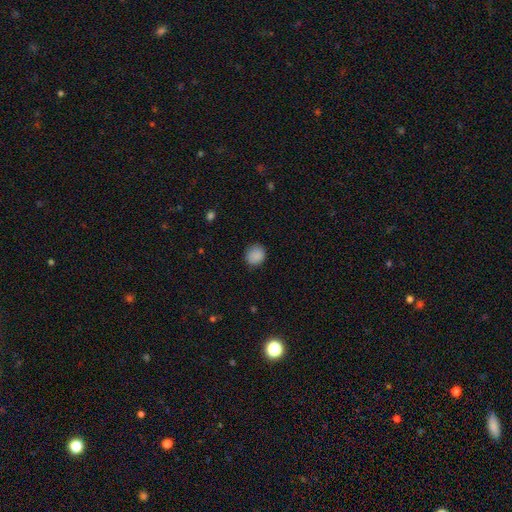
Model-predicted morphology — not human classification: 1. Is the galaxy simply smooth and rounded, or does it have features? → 88% smooth, 9% star or artifact, 3% featured or disk.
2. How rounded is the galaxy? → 81% round, 18% in between, 1% cigar-shaped.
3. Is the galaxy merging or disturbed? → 85% none, 11% minor disturbance, 3% major disturbance, 1% merger.